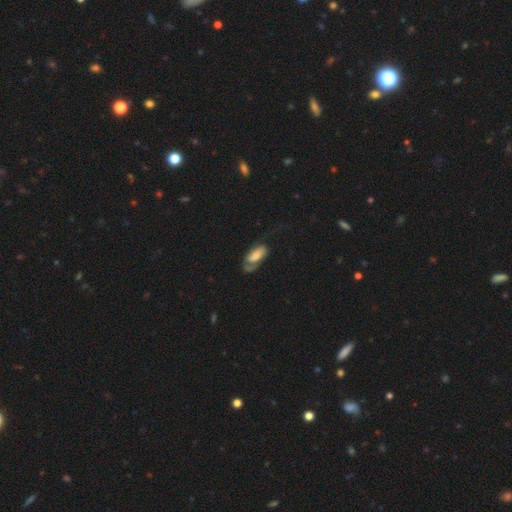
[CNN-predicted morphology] Smooth or featured: smooth — 52% (featured or disk — 41%)
How rounded: in between — 87% (cigar-shaped — 10%)
Merging: none — 38% (major disturbance — 35%)